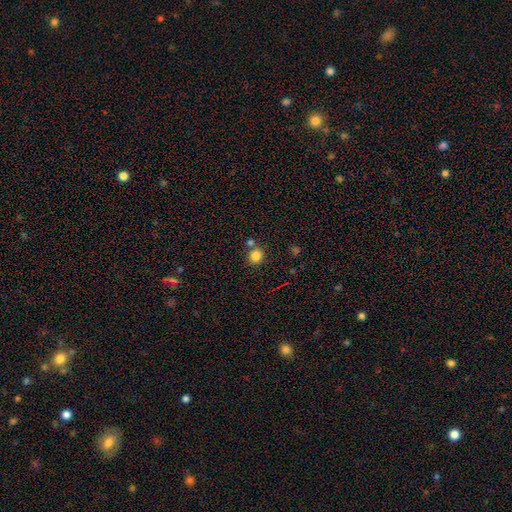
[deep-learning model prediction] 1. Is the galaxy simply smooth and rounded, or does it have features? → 83% smooth, 12% star or artifact, 5% featured or disk.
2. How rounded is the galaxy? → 85% round, 14% in between, 1% cigar-shaped.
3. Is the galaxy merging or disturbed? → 69% none, 19% merger, 9% minor disturbance, 3% major disturbance.